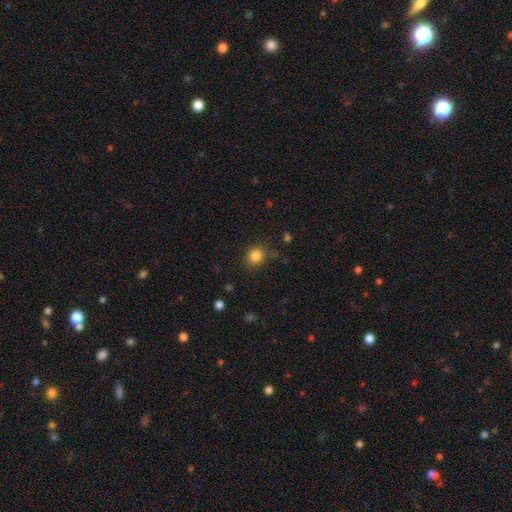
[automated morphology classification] smooth 84%, star or artifact 11%, featured or disk 4%. Down the decision tree: how rounded — round (84%); merging — none (84%).